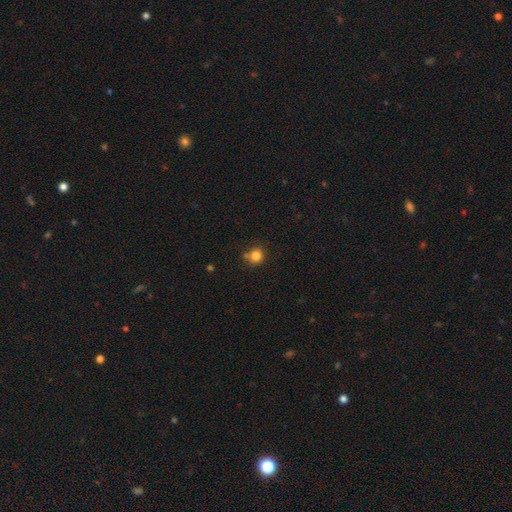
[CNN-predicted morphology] Overall: smooth (83%). How rounded: round (87%). Merging: none (71%).